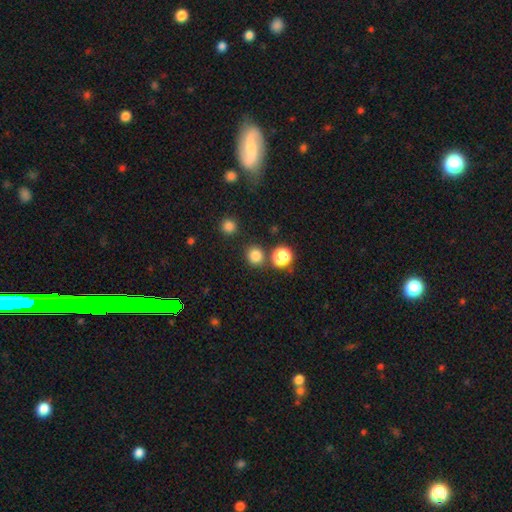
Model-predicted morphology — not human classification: smooth-or-featured: smooth: 81% | star or artifact: 15% | featured or disk: 4%
  how-rounded: round: 89% | in between: 11% | cigar-shaped: 1%
  merging: none: 82% | merger: 9% | minor disturbance: 7% | major disturbance: 3%